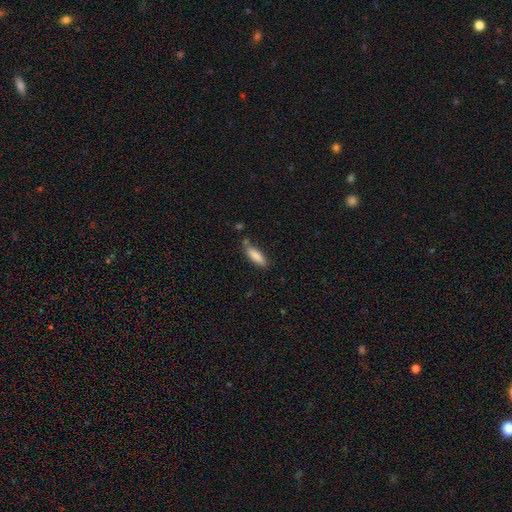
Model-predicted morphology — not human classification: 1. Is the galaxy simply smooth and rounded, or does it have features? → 86% smooth, 7% featured or disk, 7% star or artifact.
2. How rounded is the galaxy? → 53% in between, 45% cigar-shaped, 2% round.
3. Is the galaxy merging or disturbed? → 68% none, 20% minor disturbance, 8% merger, 4% major disturbance.